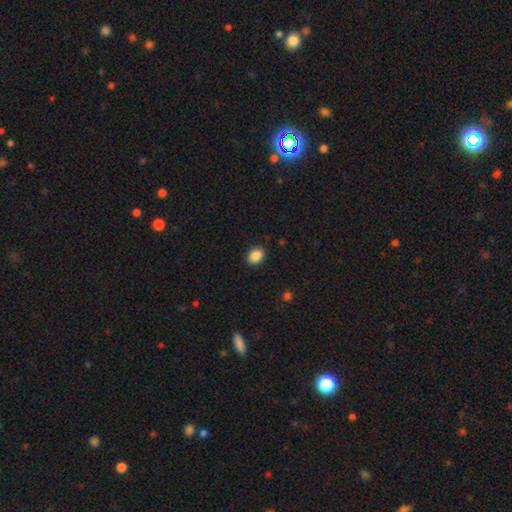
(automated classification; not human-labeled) A smooth galaxy with no disk features (88%) that is in between round and cigar-shaped (51%).

Vote fractions:
- Smooth or featured? smooth: 88% / star or artifact: 9% / featured or disk: 4%
- How rounded? in between: 51% / round: 48% / cigar-shaped: 1%
- Merging? none: 90% / minor disturbance: 7% / major disturbance: 2% / merger: 1%